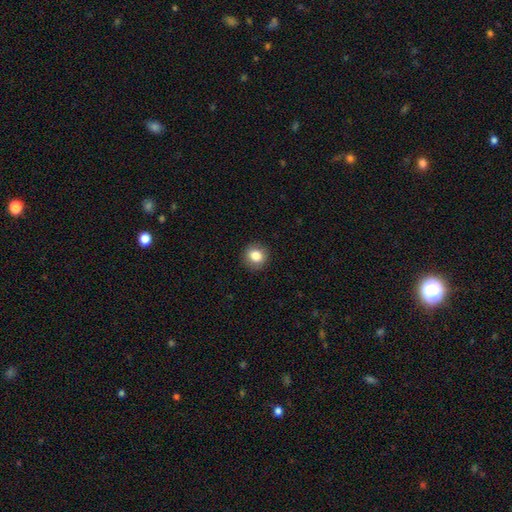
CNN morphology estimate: Smooth or featured?
  - smooth: 84% *
  - star or artifact: 10%
  - featured or disk: 7%
How rounded?
  - round: 89% *
  - in between: 10%
  - cigar-shaped: 1%
Merging?
  - none: 90% *
  - minor disturbance: 7%
  - major disturbance: 2%
  - merger: 1%